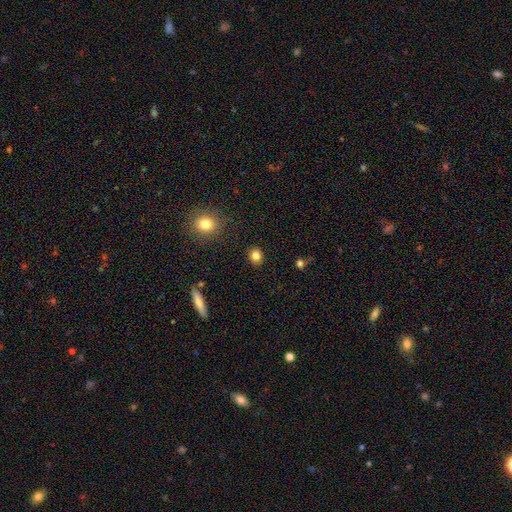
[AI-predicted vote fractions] Smooth or featured? Predicted: smooth (p=0.82). How rounded? Predicted: round (p=0.75). Merging? Predicted: none (p=0.90).